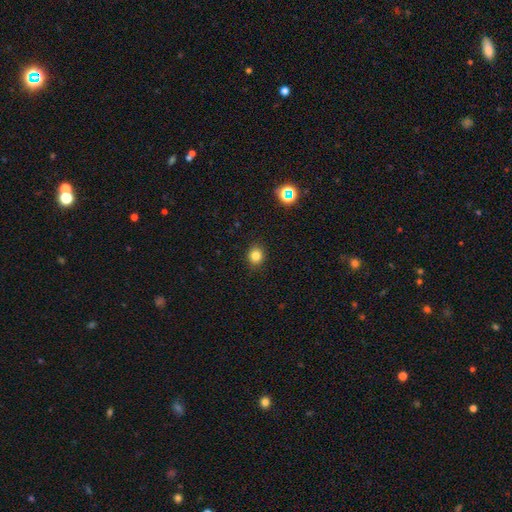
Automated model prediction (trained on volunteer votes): smooth 81%, star or artifact 13%, featured or disk 5%. Down the decision tree: how rounded — round (78%); merging — none (90%).